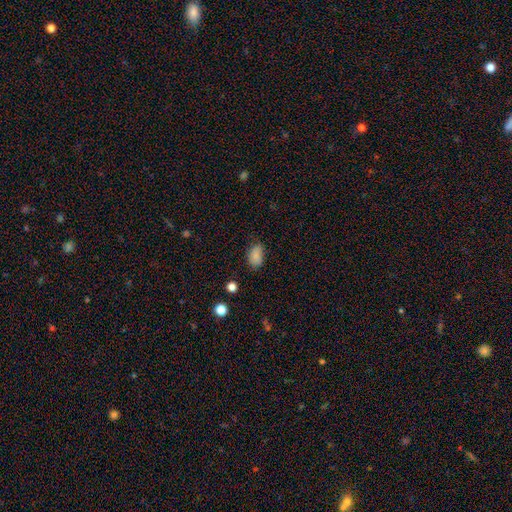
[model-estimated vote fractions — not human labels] smooth-or-featured: smooth: 84% | star or artifact: 10% | featured or disk: 7%
  how-rounded: in between: 88% | round: 11% | cigar-shaped: 1%
  merging: none: 68% | minor disturbance: 25% | major disturbance: 5% | merger: 2%